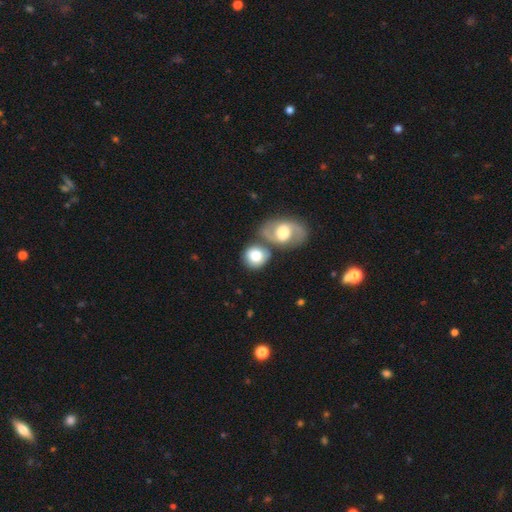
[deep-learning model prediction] A smooth galaxy with no disk features (68%) that is round (70%).

Vote fractions:
- Smooth or featured? smooth: 68% / featured or disk: 27% / star or artifact: 6%
- How rounded? round: 70% / in between: 28% / cigar-shaped: 1%
- Merging? none: 53% / merger: 29% / minor disturbance: 13% / major disturbance: 5%